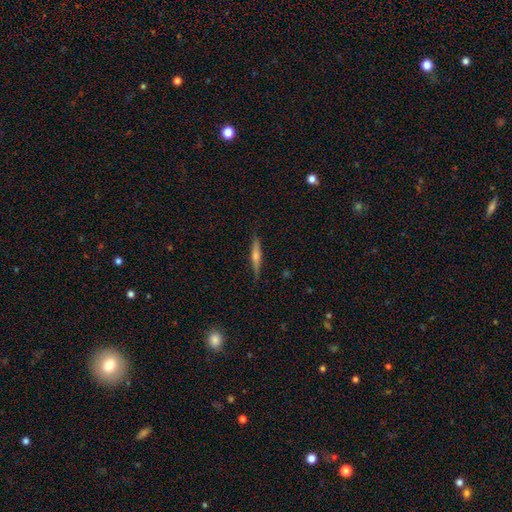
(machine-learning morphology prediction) smooth_or_featured: featured or disk (p=0.62) [alt: smooth p=0.31]
disk_edge_on: yes (p=0.97) [alt: no p=0.03]
edge_on_bulge: rounded (p=0.83) [alt: none p=0.10]
merging: none (p=0.88) [alt: minor disturbance p=0.09]